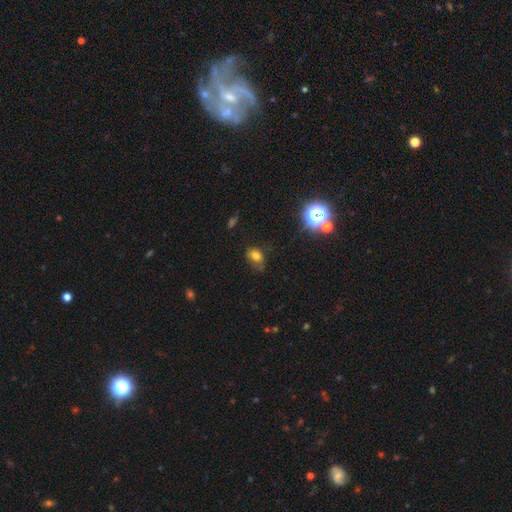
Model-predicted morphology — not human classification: Smooth or featured? smooth (73%)
How rounded? in between (65%)
Merging? none (51%)